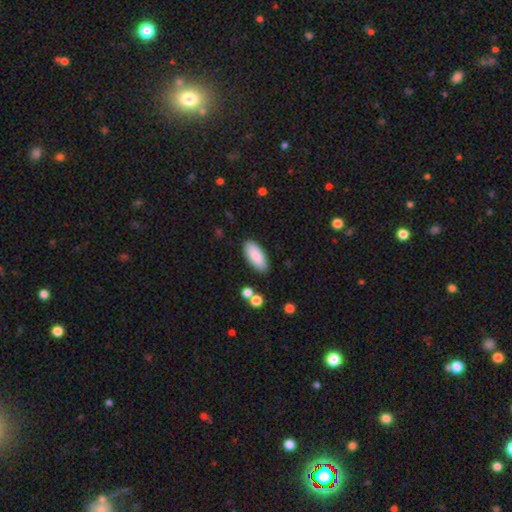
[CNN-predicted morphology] This appears to be a smooth galaxy with no disk features (88%) that is in between round and cigar-shaped (86%). Merging: none (86%).